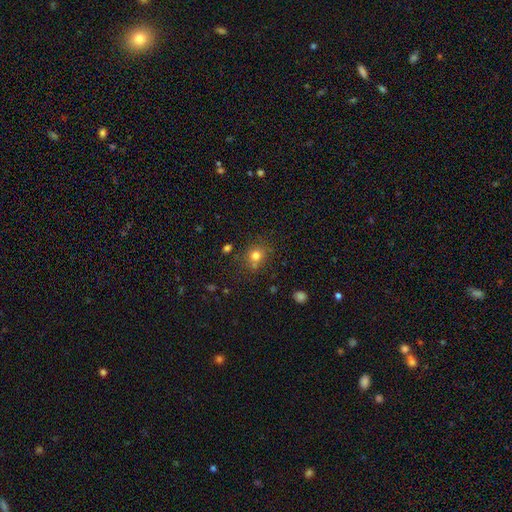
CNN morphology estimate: Smooth or featured? smooth (77%)
How rounded? round (78%)
Merging? none (72%)